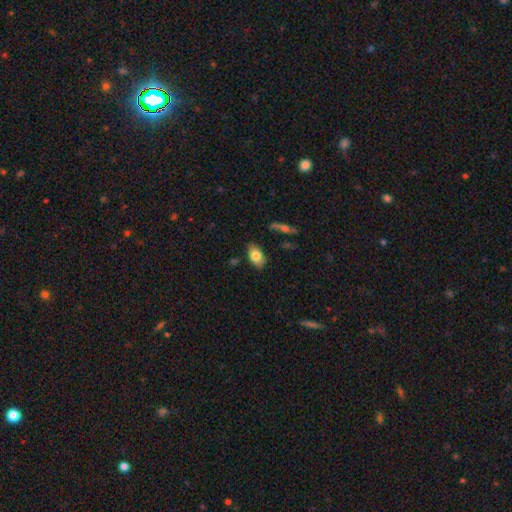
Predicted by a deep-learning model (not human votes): This appears to be a smooth galaxy with no disk features (79%) that is in between round and cigar-shaped (91%). Merging: none (79%).